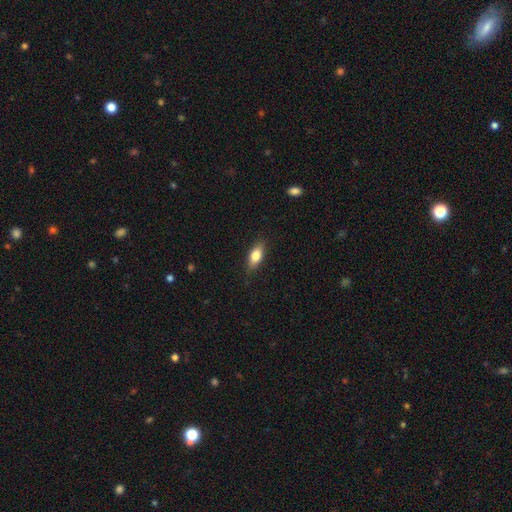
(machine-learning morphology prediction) Smooth or featured: smooth — 76% (featured or disk — 17%)
How rounded: in between — 77% (cigar-shaped — 18%)
Merging: none — 86% (minor disturbance — 11%)